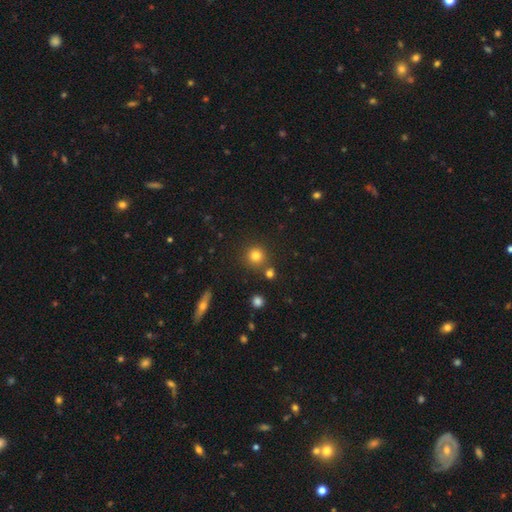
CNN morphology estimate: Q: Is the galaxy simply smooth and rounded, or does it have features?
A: smooth — 80%.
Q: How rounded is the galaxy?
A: round — 92%.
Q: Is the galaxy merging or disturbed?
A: none — 79%.